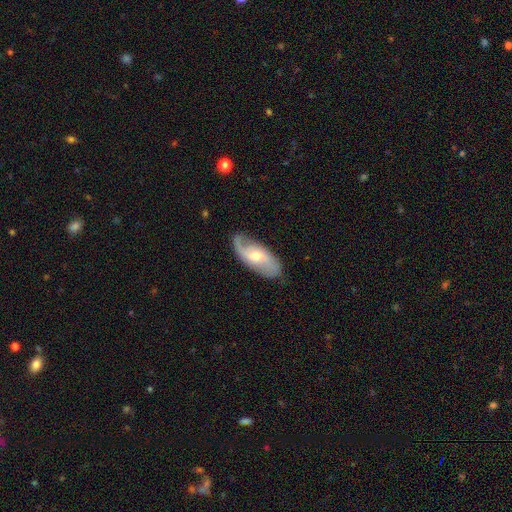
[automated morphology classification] This appears to be a featured or disk galaxy (74%) with no bar (48%), 2 (77%) loose (48%) spiral arms (90%) and a moderate central bulge (55%). Merging: none (74%).